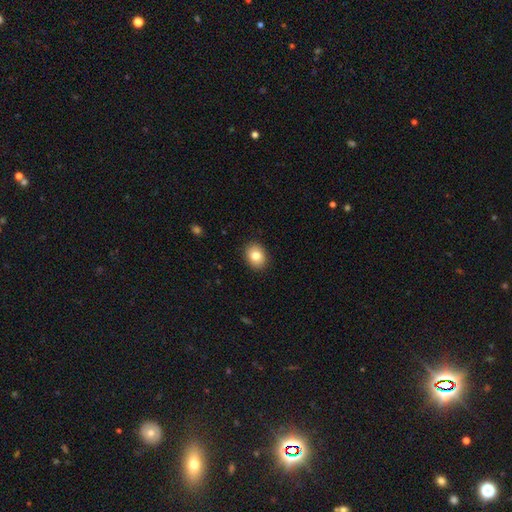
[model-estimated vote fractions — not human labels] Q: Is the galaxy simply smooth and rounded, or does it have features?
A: smooth — 82%.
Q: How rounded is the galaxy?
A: in between — 53%.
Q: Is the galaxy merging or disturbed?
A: none — 90%.